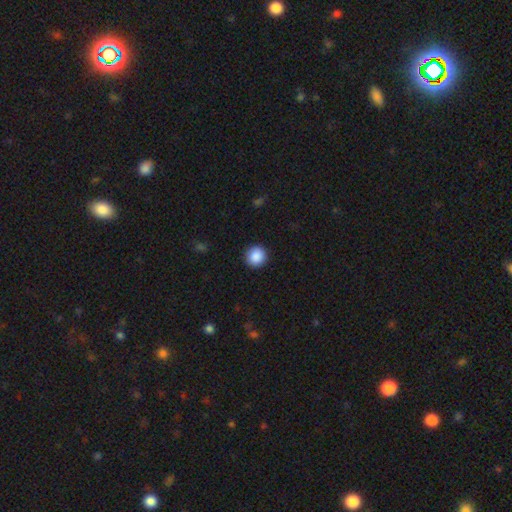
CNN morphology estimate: Q: Smooth or featured?
A: smooth (89%); runner-up: star or artifact (8%)
Q: How rounded?
A: round (94%); runner-up: in between (5%)
Q: Merging?
A: none (92%); runner-up: minor disturbance (5%)